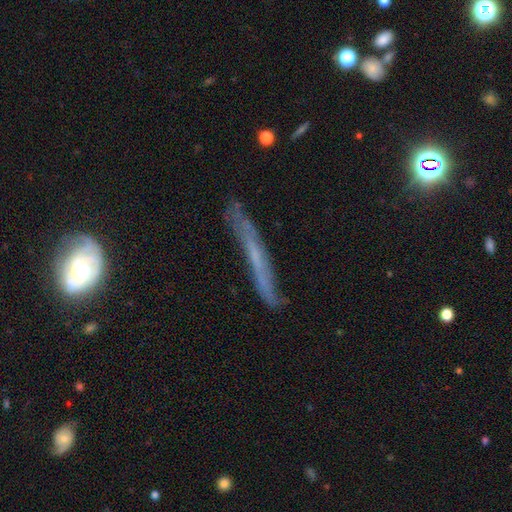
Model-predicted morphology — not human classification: Smooth or featured? featured or disk (52%)
Edge-on disk? yes (79%)
Merging? none (65%)